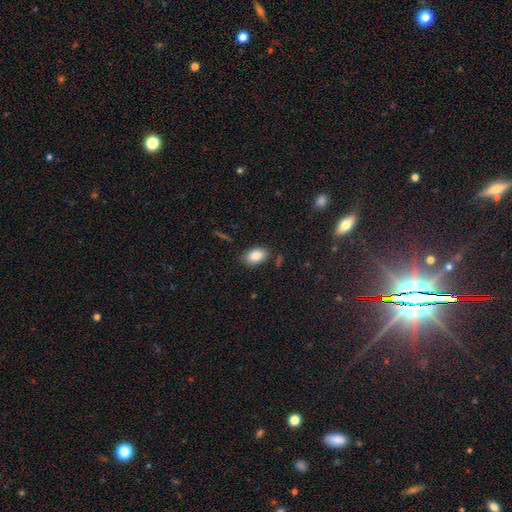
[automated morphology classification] smooth 85%, star or artifact 8%, featured or disk 7%. Down the decision tree: how rounded — in between (89%); merging — none (81%).